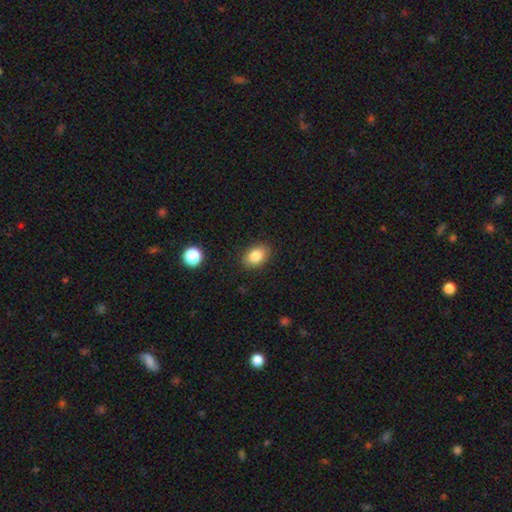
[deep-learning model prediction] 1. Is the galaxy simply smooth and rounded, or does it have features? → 85% smooth, 9% star or artifact, 6% featured or disk.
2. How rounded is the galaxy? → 75% in between, 24% round, 1% cigar-shaped.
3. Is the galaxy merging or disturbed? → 87% none, 10% minor disturbance, 3% major disturbance, 1% merger.